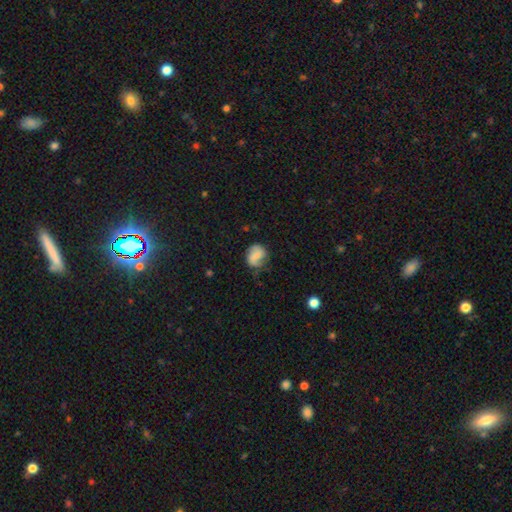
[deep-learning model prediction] Smooth or featured? smooth (54%)
How rounded? round (63%)
Merging? none (55%)